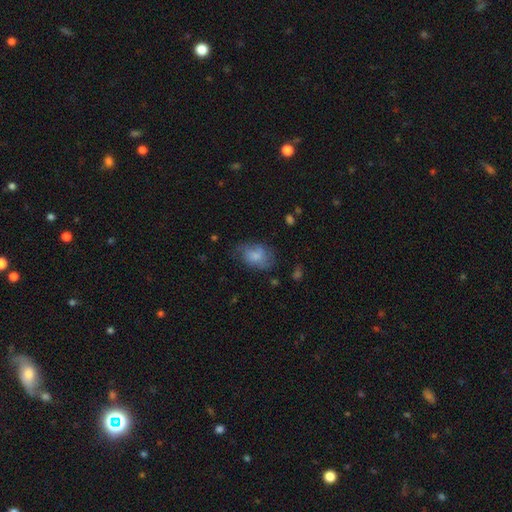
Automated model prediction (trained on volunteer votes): The model was most divided on "merging": none: 50%, minor disturbance: 31%, major disturbance: 17%, merger: 2%. More confident: how rounded — in between (78%); smooth or featured — smooth (69%).